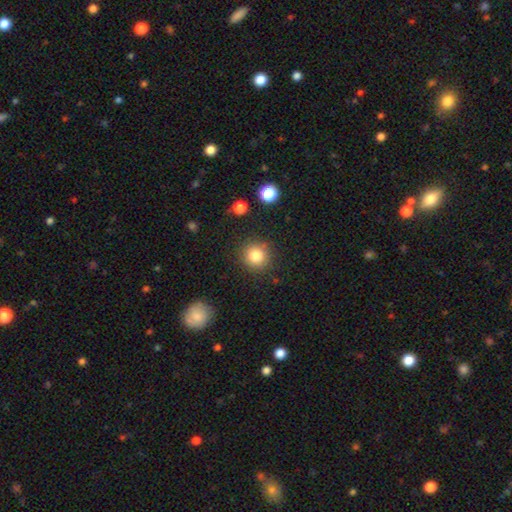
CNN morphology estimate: Smooth or featured? smooth (82%)
How rounded? round (92%)
Merging? none (87%)